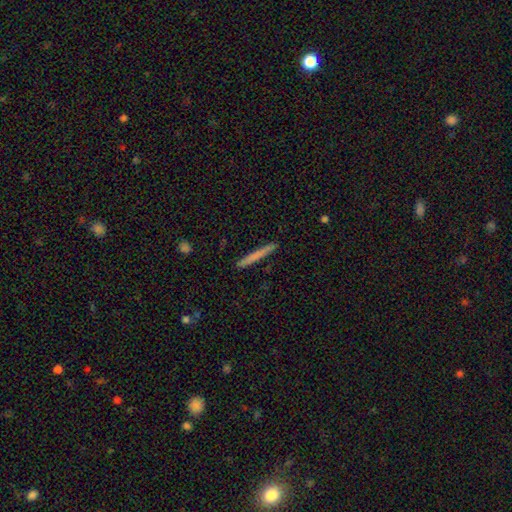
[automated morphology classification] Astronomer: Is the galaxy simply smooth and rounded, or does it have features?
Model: smooth — 69%.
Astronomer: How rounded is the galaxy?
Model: cigar-shaped — 97%.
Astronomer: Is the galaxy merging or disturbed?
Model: none — 91%.